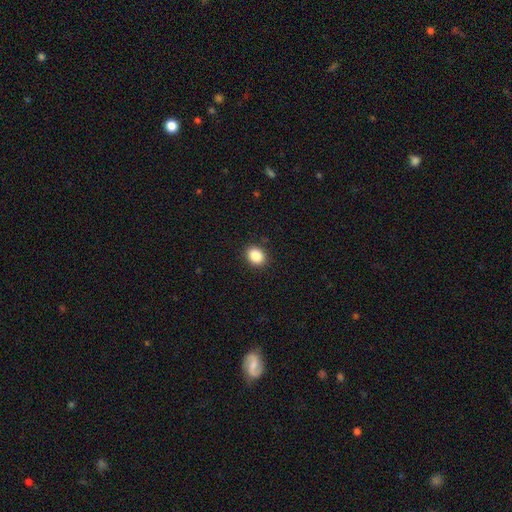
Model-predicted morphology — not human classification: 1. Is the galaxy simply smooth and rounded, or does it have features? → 86% smooth, 10% star or artifact, 4% featured or disk.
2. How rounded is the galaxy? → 54% round, 45% in between, 1% cigar-shaped.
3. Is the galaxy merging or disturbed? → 90% none, 7% minor disturbance, 2% major disturbance, 1% merger.